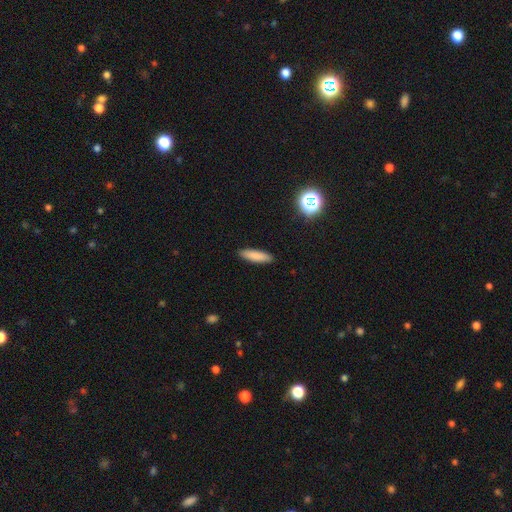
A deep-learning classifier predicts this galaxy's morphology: A smooth galaxy with no disk features (85%) that is cigar-shaped (64%). Merging: none (91%).